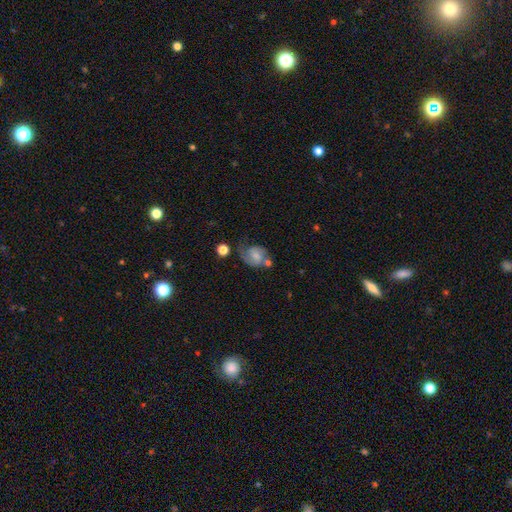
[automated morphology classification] type=featured or disk (53%); edge-on=no (97%); bar=no (50%); spiral arms=yes (87%); bulge=small (39%); merging=none (43%).